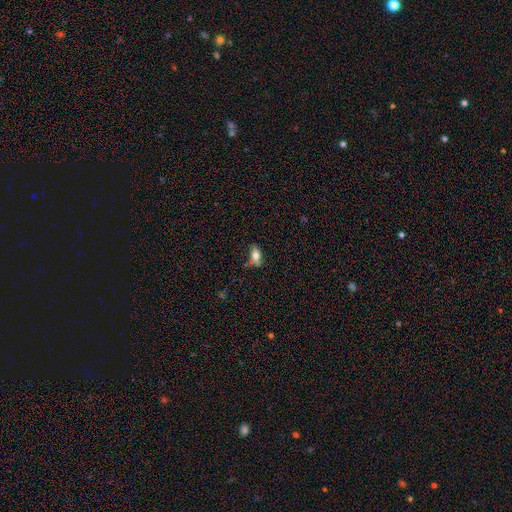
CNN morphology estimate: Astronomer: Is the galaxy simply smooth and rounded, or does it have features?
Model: smooth — 70%.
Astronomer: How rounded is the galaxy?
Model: in between — 85%.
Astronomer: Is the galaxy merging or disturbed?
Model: none — 64%.